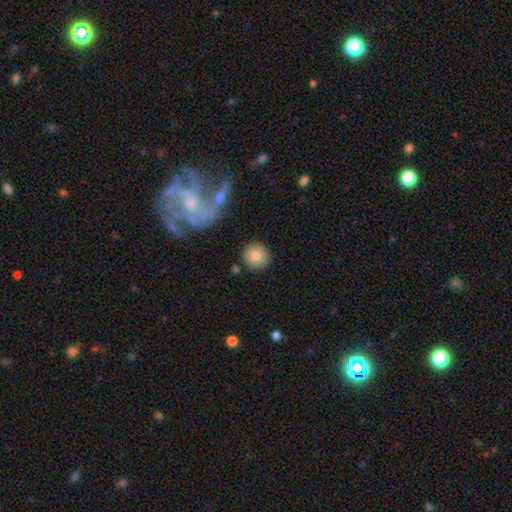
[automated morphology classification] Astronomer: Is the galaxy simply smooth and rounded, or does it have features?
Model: smooth — 83%.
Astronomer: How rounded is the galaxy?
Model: round — 94%.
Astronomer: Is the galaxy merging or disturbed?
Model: none — 88%.